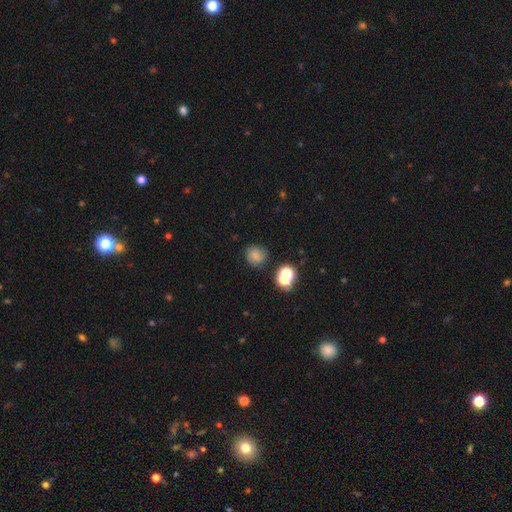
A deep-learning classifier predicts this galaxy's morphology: Smooth or featured? smooth (65%)
How rounded? round (81%)
Merging? none (70%)